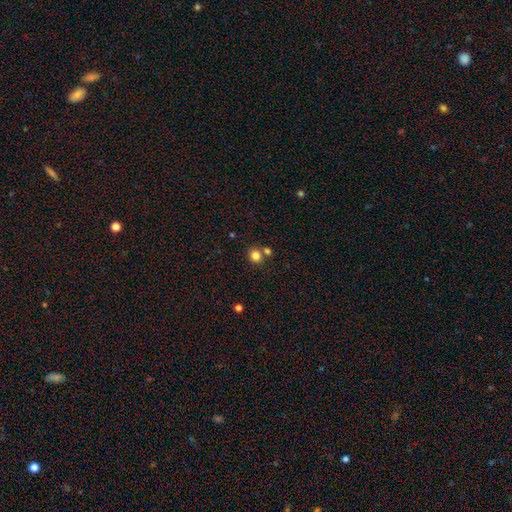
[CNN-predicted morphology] smooth 82%, star or artifact 13%, featured or disk 6%. Down the decision tree: how rounded — round (78%); merging — none (65%).